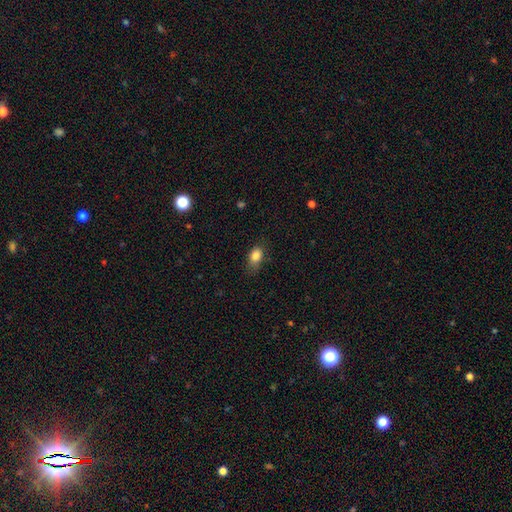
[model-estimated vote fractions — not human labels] Smooth or featured: smooth — 84% (star or artifact — 9%)
How rounded: in between — 83% (round — 14%)
Merging: none — 65% (minor disturbance — 26%)